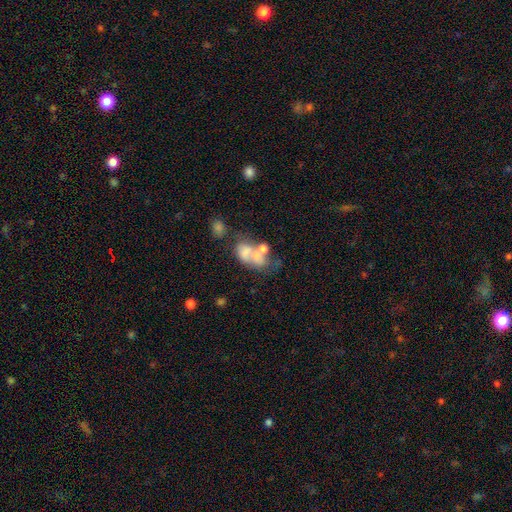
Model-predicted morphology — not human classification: Q: Smooth or featured?
A: featured or disk (43%); tied with: smooth (43%)
Q: Merging?
A: merger (51%); runner-up: none (21%)